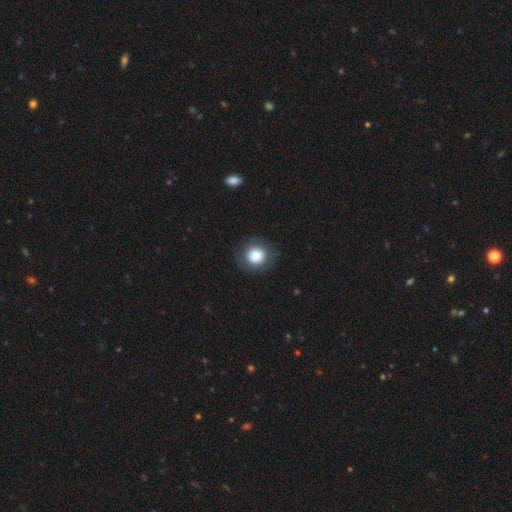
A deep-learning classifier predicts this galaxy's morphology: This is clearly a smooth galaxy (83%). How rounded: clearly round (89%). Merging: clearly none (85%).